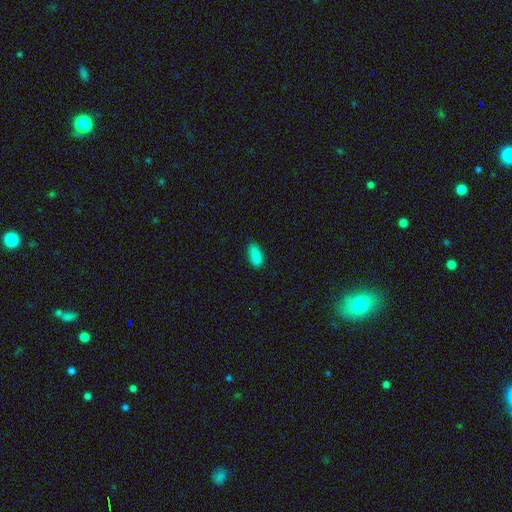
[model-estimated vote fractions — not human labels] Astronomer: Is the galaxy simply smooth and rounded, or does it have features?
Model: smooth — 88%.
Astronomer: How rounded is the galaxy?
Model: in between — 88%.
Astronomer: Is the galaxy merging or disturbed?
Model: none — 84%.